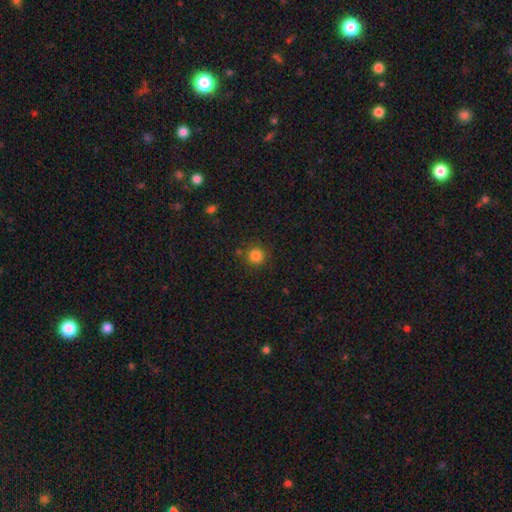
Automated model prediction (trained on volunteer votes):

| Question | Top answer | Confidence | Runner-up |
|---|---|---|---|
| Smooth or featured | smooth | 83% | star or artifact (13%) |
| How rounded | round | 94% | in between (5%) |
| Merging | none | 86% | minor disturbance (8%) |